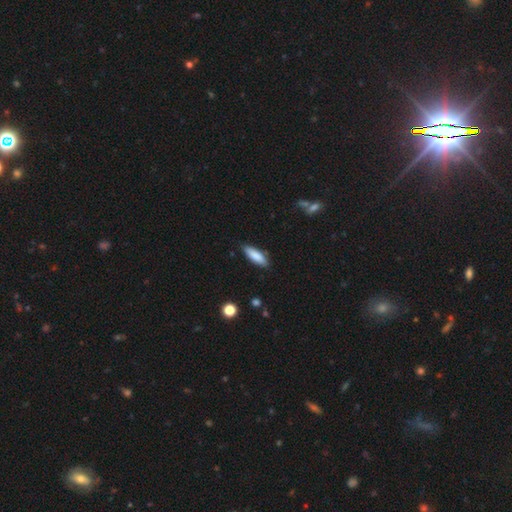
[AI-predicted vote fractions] smooth_or_featured: smooth (p=0.85) [alt: featured or disk p=0.09]
how_rounded: in between (p=0.56) [alt: cigar-shaped p=0.42]
merging: none (p=0.85) [alt: minor disturbance p=0.12]